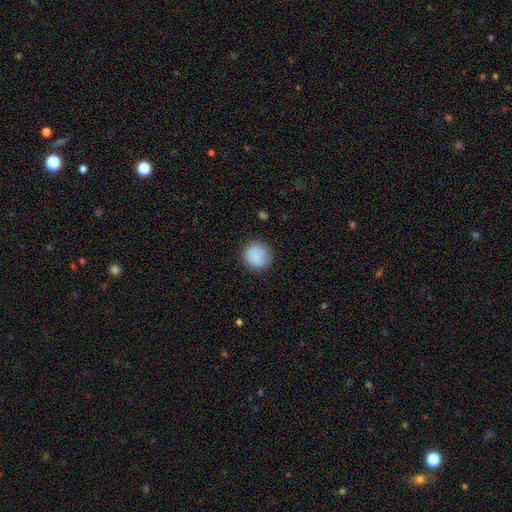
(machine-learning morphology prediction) Smooth or featured: smooth — 87% (star or artifact — 7%)
How rounded: round — 93% (in between — 6%)
Merging: none — 86% (minor disturbance — 10%)